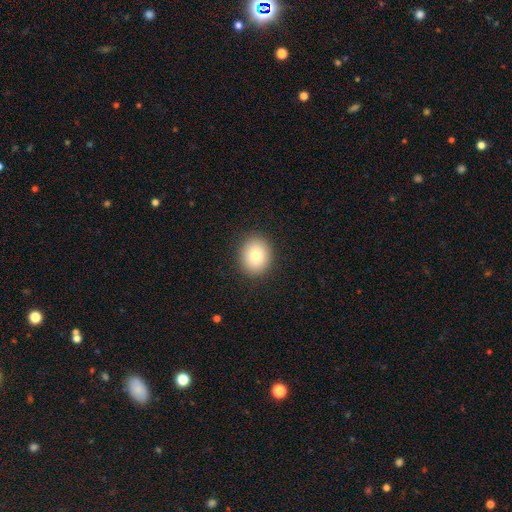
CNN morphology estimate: smooth 80%, featured or disk 10%, star or artifact 10%. Down the decision tree: how rounded — round (70%); merging — none (90%).